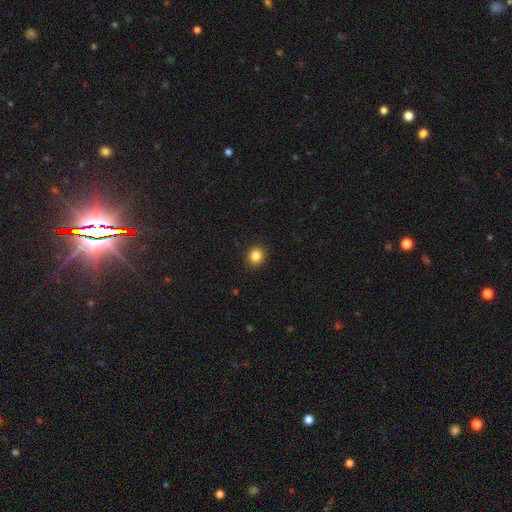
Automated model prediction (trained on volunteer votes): This is clearly a smooth galaxy (85%). How rounded: clearly round (85%). Merging: clearly none (92%).